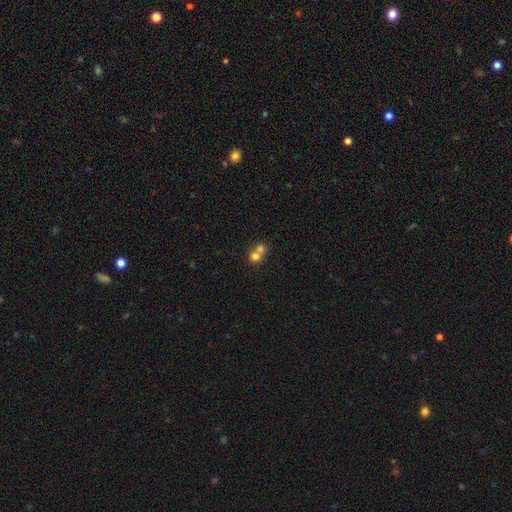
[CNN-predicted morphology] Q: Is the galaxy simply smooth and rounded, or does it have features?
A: smooth — 71%.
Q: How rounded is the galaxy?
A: round — 79%.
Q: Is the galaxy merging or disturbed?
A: merger — 66%.